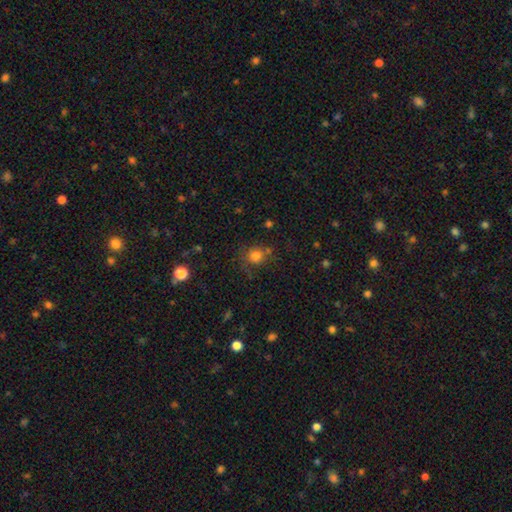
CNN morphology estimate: Smooth or featured? Predicted: smooth (p=0.79). How rounded? Predicted: round (p=0.85). Merging? Predicted: none (p=0.67).